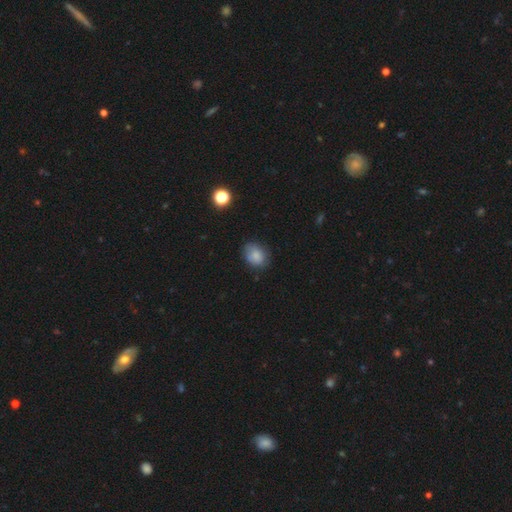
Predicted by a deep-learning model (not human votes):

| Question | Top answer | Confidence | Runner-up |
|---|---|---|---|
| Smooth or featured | smooth | 82% | star or artifact (9%) |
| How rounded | in between | 59% | round (40%) |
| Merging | none | 71% | minor disturbance (22%) |